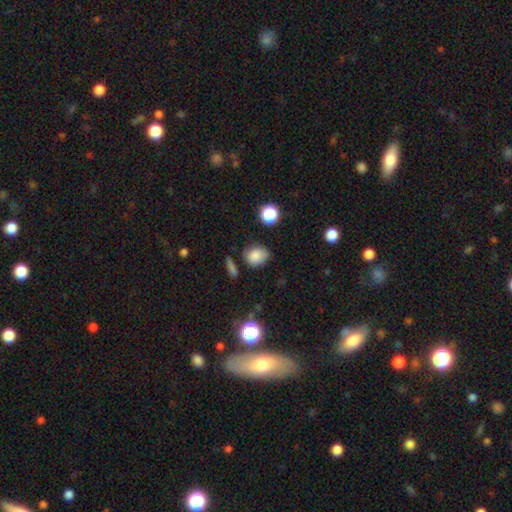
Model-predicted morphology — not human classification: Smooth or featured? smooth (82%)
How rounded? round (63%)
Merging? none (71%)